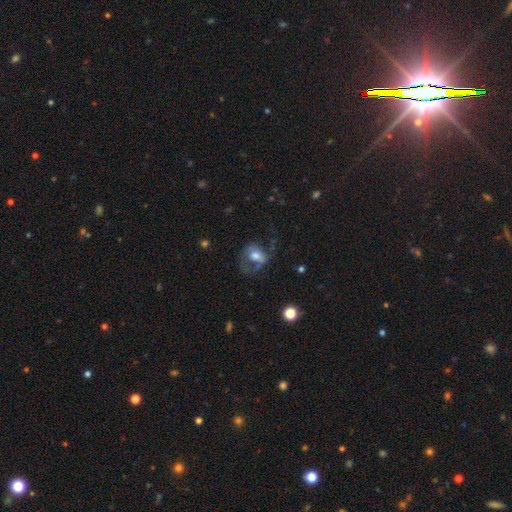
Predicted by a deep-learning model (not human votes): Smooth or featured? smooth (53%)
How rounded? in between (60%)
Merging? major disturbance (41%)